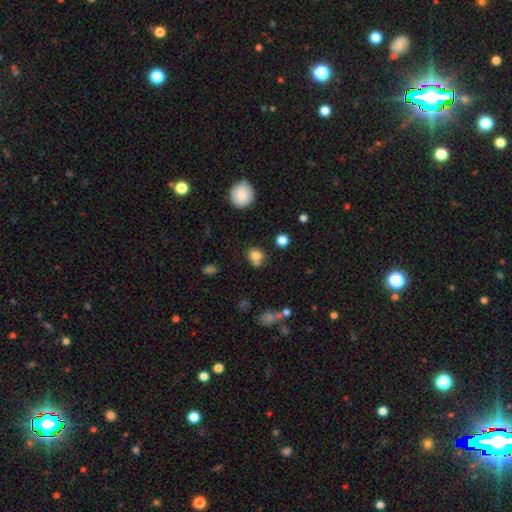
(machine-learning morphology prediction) Smooth or featured? smooth (80%)
How rounded? round (79%)
Merging? none (61%)